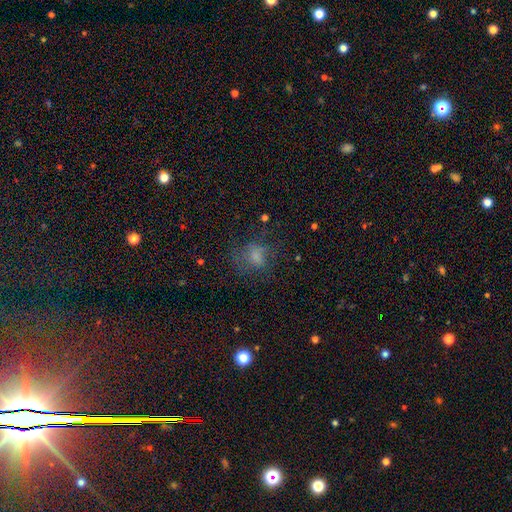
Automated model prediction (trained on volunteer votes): Q: Smooth or featured?
A: smooth (59%); runner-up: featured or disk (24%)
Q: How rounded?
A: round (54%); runner-up: in between (45%)
Q: Merging?
A: none (50%); runner-up: major disturbance (27%)